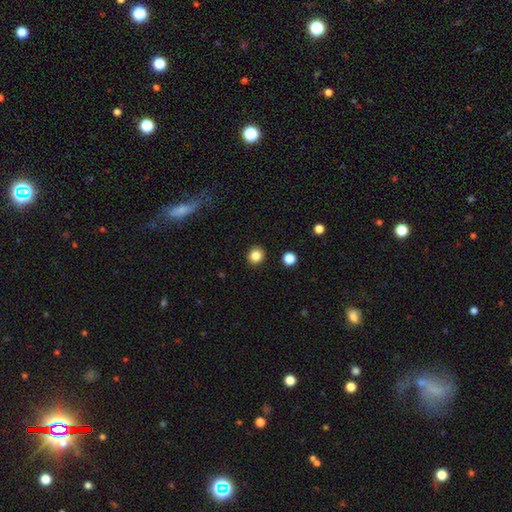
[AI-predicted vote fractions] Smooth or featured? Predicted: smooth (p=0.85). How rounded? Predicted: round (p=0.87). Merging? Predicted: none (p=0.92).